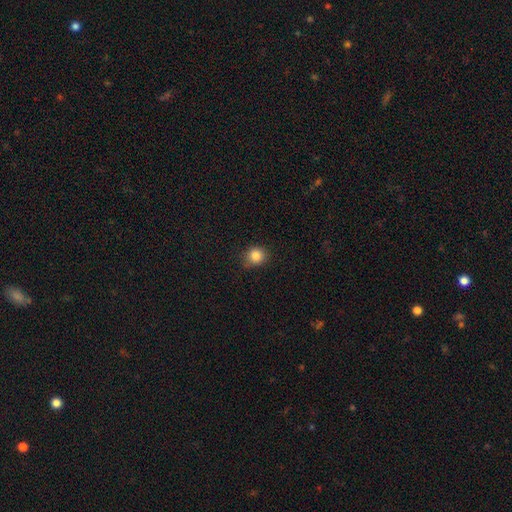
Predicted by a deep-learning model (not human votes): Smooth or featured? smooth (83%)
How rounded? round (83%)
Merging? none (84%)